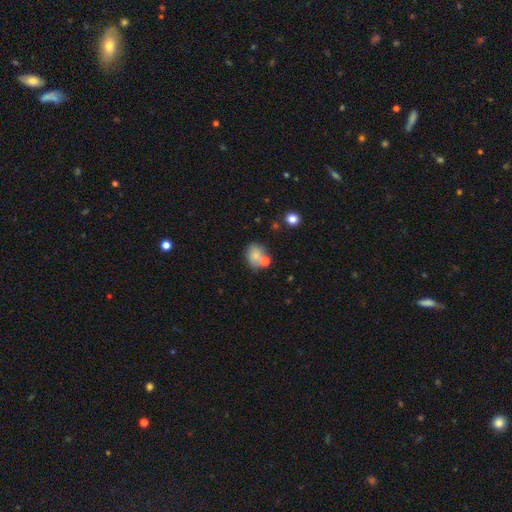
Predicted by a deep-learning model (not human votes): A smooth galaxy with no disk features (76%) that is round (63%). Merging: none (57%).